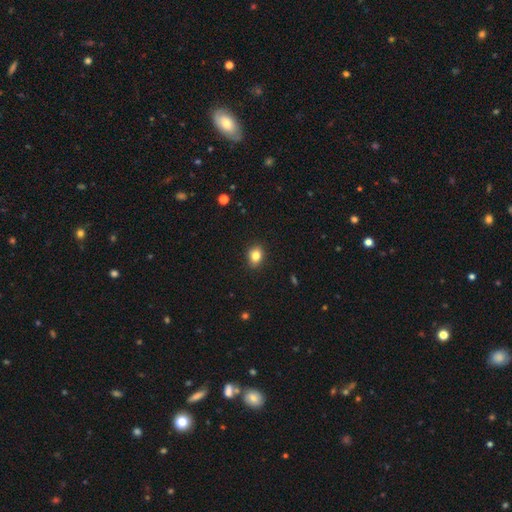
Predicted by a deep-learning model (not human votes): smooth-or-featured: smooth: 84% | star or artifact: 10% | featured or disk: 6%
  how-rounded: in between: 57% | round: 42% | cigar-shaped: 1%
  merging: none: 87% | minor disturbance: 10% | major disturbance: 2% | merger: 1%